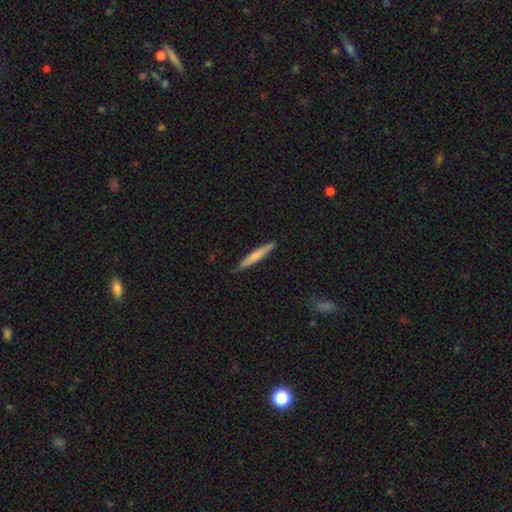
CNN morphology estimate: A smooth galaxy with no disk features (68%) that is cigar-shaped (95%).

Vote fractions:
- Smooth or featured? smooth: 68% / featured or disk: 27% / star or artifact: 5%
- How rounded? cigar-shaped: 95% / in between: 4% / round: 1%
- Merging? none: 87% / minor disturbance: 10% / major disturbance: 1% / merger: 1%